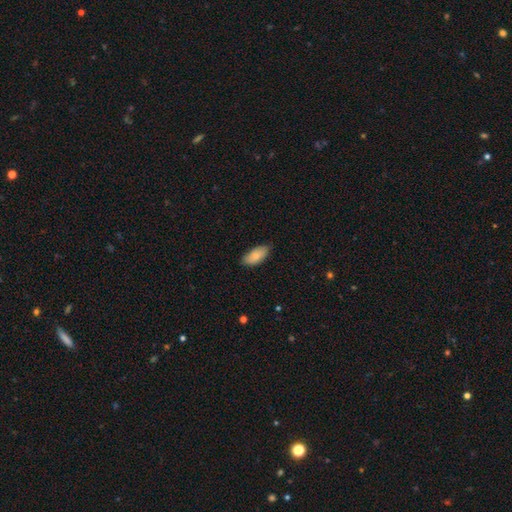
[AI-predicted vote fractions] This appears to be a smooth galaxy with no disk features (80%) that is in between round and cigar-shaped (92%). Merging: none (75%).